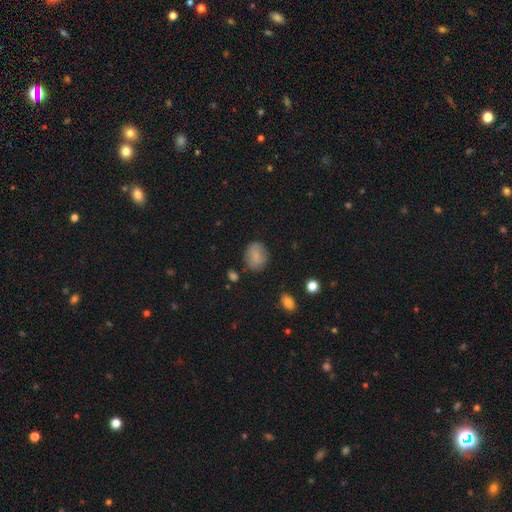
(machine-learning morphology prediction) This appears to be a smooth galaxy with no disk features (82%) that is round (57%). Merging: none (78%).